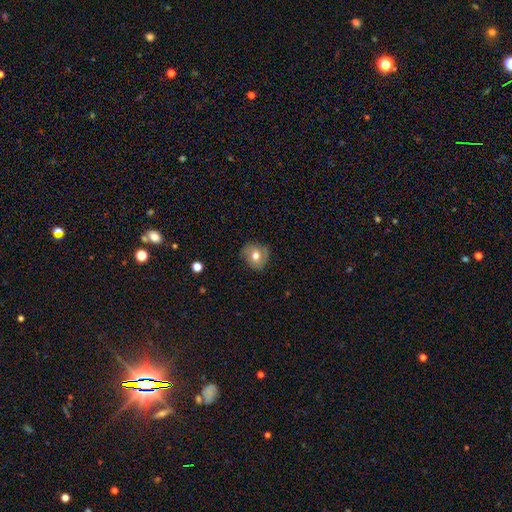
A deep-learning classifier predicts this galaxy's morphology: Q: Smooth or featured?
A: smooth (66%); runner-up: featured or disk (25%)
Q: How rounded?
A: round (82%); runner-up: in between (17%)
Q: Merging?
A: none (79%); runner-up: minor disturbance (16%)